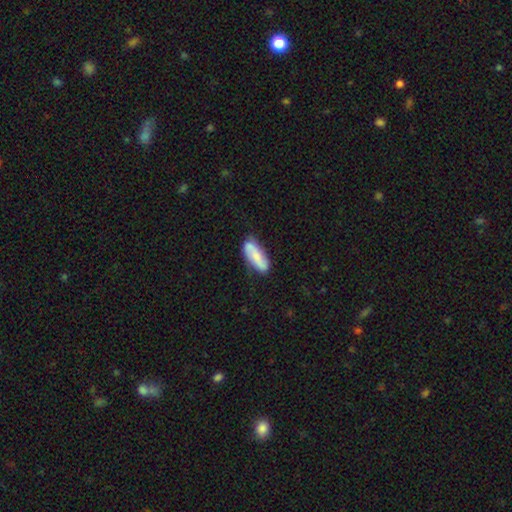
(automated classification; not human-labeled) smooth-or-featured: smooth: 50% | featured or disk: 43% | star or artifact: 6%
  how-rounded: in between: 65% | cigar-shaped: 33% | round: 2%
  merging: none: 69% | minor disturbance: 23% | major disturbance: 5% | merger: 3%